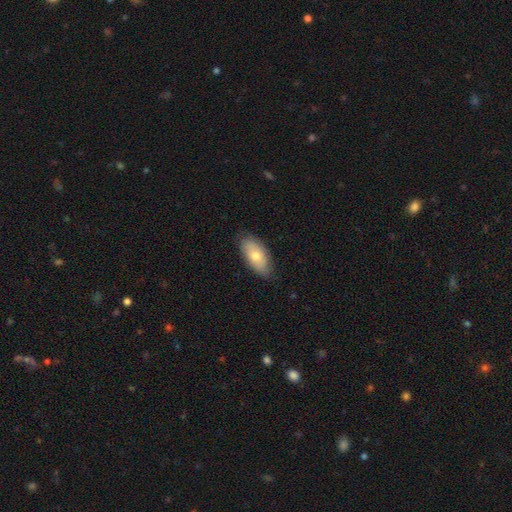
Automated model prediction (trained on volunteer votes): Smooth or featured? smooth (69%)
How rounded? in between (92%)
Merging? none (83%)